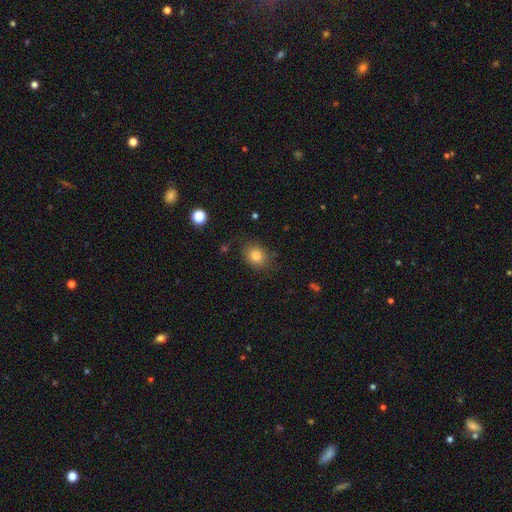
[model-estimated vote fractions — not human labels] smooth-or-featured: smooth: 83% | star or artifact: 10% | featured or disk: 7%
  how-rounded: in between: 51% | round: 48% | cigar-shaped: 1%
  merging: none: 79% | minor disturbance: 15% | major disturbance: 4% | merger: 2%